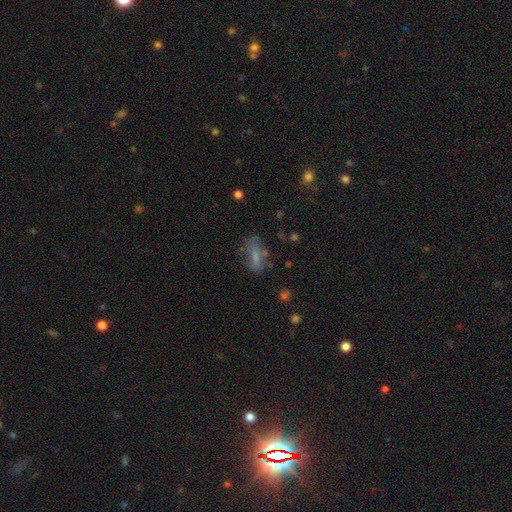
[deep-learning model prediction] Smooth or featured?
  - smooth: 58% *
  - featured or disk: 28%
  - star or artifact: 13%
How rounded?
  - in between: 77% *
  - cigar-shaped: 16%
  - round: 7%
Merging?
  - none: 52% *
  - minor disturbance: 25%
  - major disturbance: 19%
  - merger: 4%